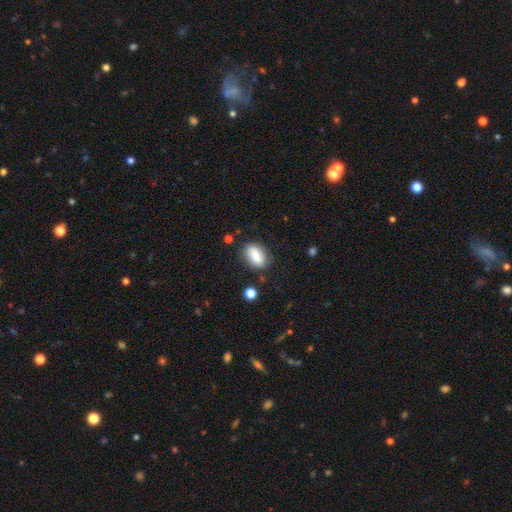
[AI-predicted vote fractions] Smooth or featured? Predicted: smooth (p=0.72). How rounded? Predicted: in between (p=0.87). Merging? Predicted: none (p=0.78).